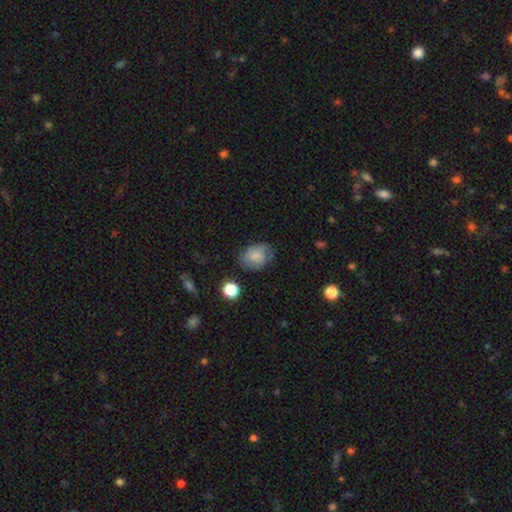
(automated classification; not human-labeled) The model was most divided on "how rounded": in between: 70%, round: 29%, cigar-shaped: 1%. More confident: smooth or featured — smooth (77%); merging — none (75%).